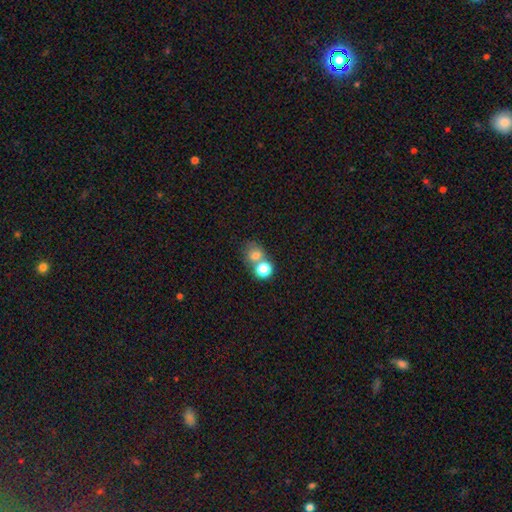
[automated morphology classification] This is likely a smooth galaxy (74%). How rounded: likely round (71%). Merging: possibly merger (46%).